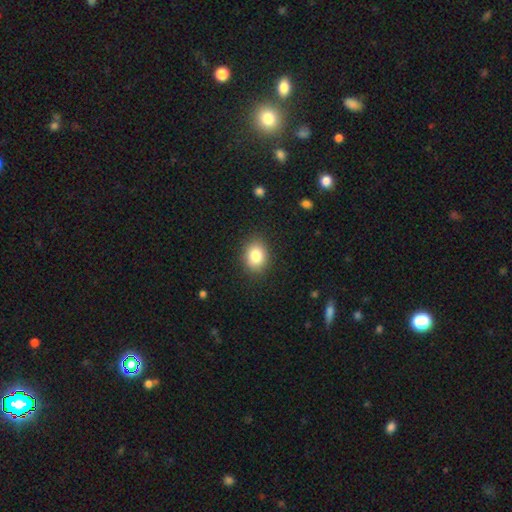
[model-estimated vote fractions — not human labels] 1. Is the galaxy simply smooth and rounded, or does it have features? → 82% smooth, 10% star or artifact, 8% featured or disk.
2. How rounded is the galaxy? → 51% in between, 49% round, 1% cigar-shaped.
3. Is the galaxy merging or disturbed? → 87% none, 9% minor disturbance, 3% major disturbance, 1% merger.